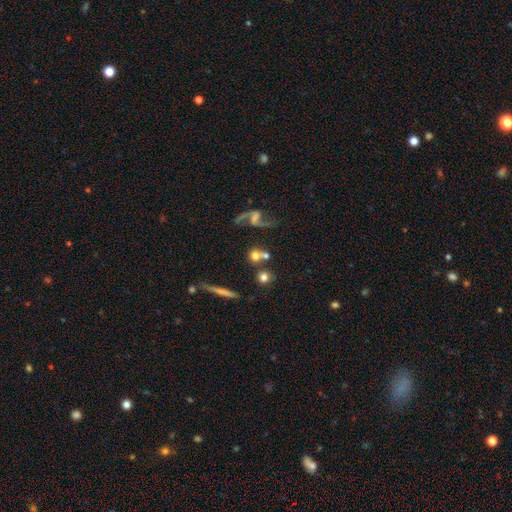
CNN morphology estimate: smooth 60%, featured or disk 27%, star or artifact 12%. Down the decision tree: how rounded — round (83%); merging — none (54%).